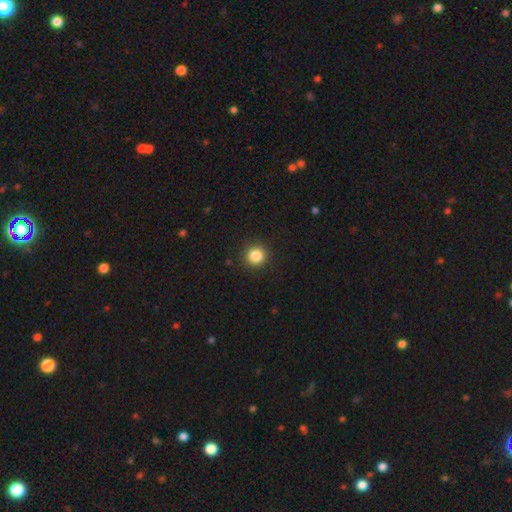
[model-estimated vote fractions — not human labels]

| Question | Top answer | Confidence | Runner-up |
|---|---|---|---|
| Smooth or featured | smooth | 85% | star or artifact (11%) |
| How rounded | round | 94% | in between (5%) |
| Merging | none | 91% | minor disturbance (6%) |